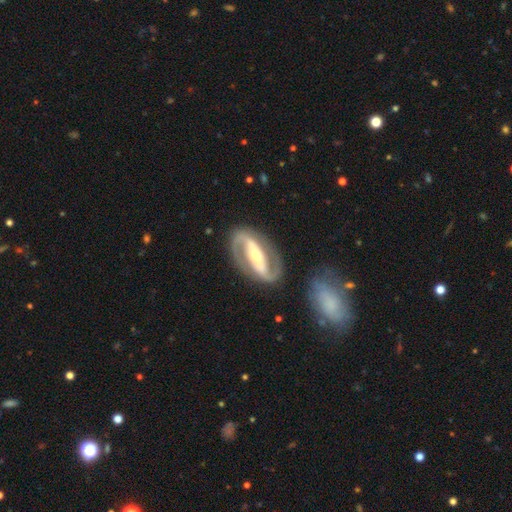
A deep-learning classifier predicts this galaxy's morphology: A featured or disk galaxy (91%) with a strong bar (69%), 2 (93%) medium (51%) spiral arms (96%) and a moderate central bulge (55%). Merging: none (84%).